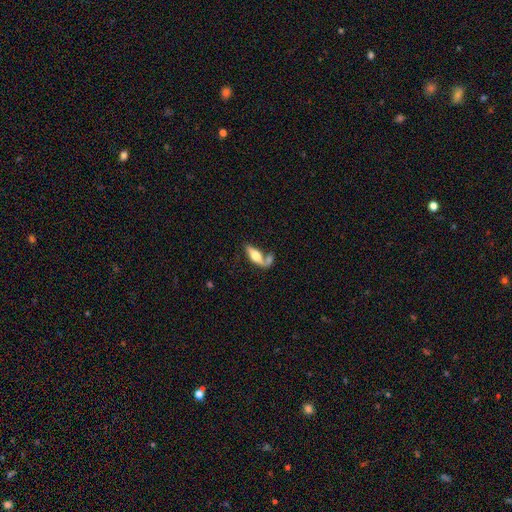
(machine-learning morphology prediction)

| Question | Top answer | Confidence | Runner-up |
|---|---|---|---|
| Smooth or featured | smooth | 58% | featured or disk (36%) |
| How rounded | in between | 59% | cigar-shaped (38%) |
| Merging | none | 39% | merger (36%) |